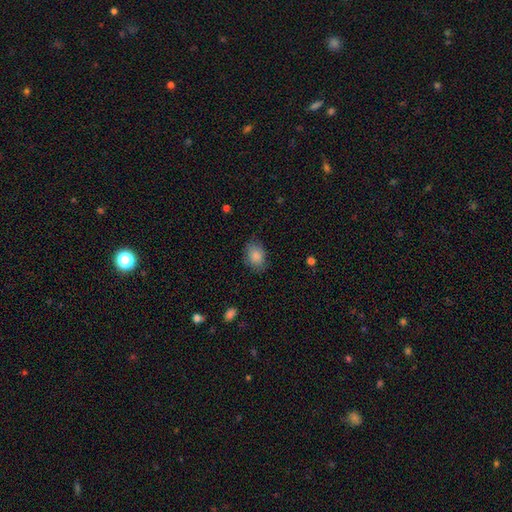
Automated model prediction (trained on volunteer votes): Morphology: type=smooth (86%); roundness=in between (74%); merging=none (76%).